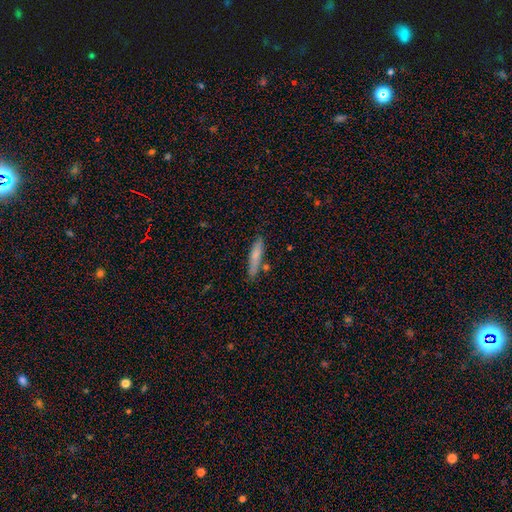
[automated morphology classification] A smooth galaxy with no disk features (70%) that is cigar-shaped (86%).

Vote fractions:
- Smooth or featured? smooth: 70% / featured or disk: 23% / star or artifact: 7%
- How rounded? cigar-shaped: 86% / in between: 12% / round: 2%
- Merging? none: 77% / minor disturbance: 14% / merger: 6% / major disturbance: 3%